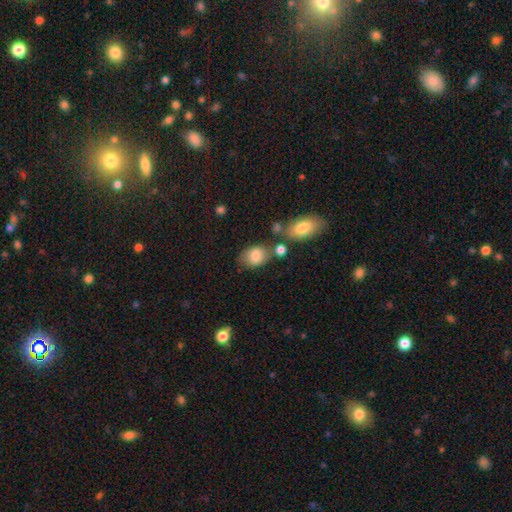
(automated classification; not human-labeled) This appears to be a smooth galaxy with no disk features (82%) that is in between round and cigar-shaped (75%). Merging: none (62%).